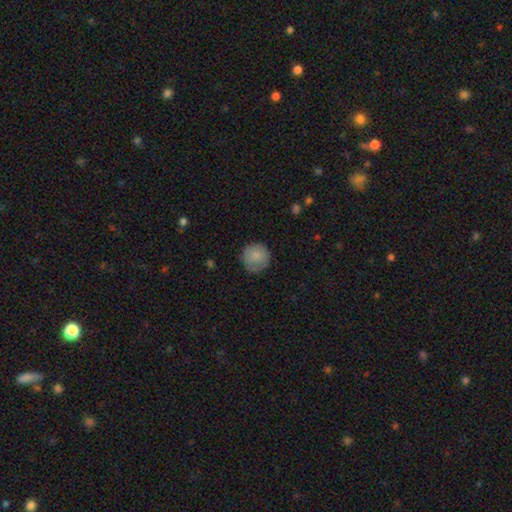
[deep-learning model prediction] smooth 83%, featured or disk 10%, star or artifact 7%. Down the decision tree: how rounded — round (94%); merging — none (80%).